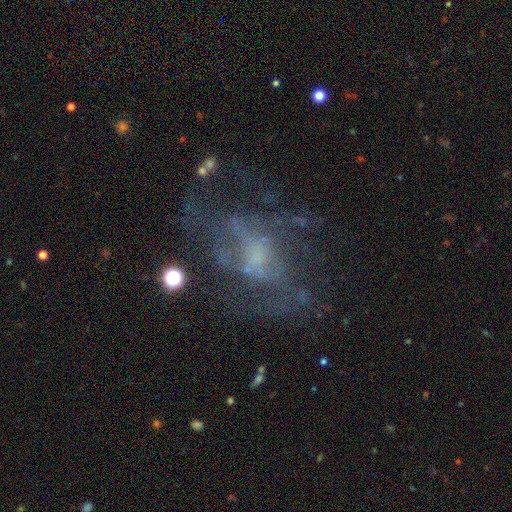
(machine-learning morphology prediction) Smooth or featured: featured or disk — 66% (star or artifact — 17%)
Edge-on disk: no — 95% (yes — 5%)
Bar: no — 68% (weak — 26%)
Spiral arms: no — 53% (yes — 47%)
Bulge size: none — 38% (small — 32%)
Merging: none — 49% (major disturbance — 30%)